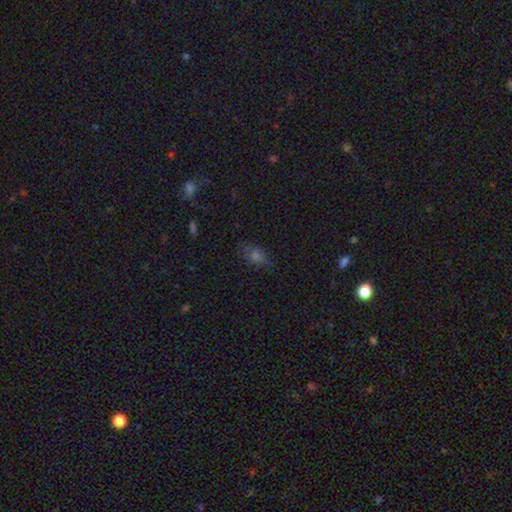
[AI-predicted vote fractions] Overall: smooth (52%; star or artifact 30%). How rounded: in between (70%). Merging: none (75%).